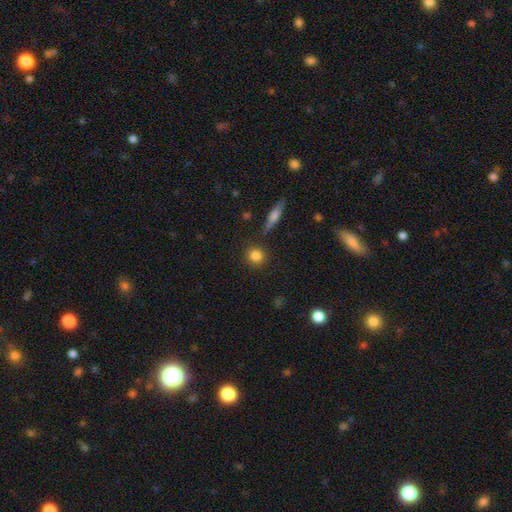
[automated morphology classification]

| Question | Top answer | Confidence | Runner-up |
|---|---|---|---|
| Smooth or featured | smooth | 83% | star or artifact (10%) |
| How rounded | round | 90% | in between (8%) |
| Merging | none | 87% | minor disturbance (7%) |